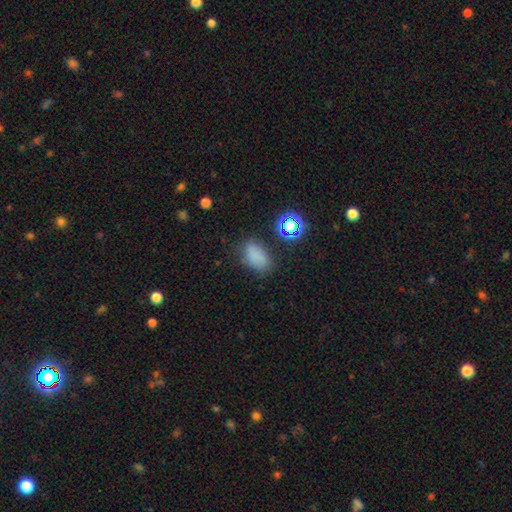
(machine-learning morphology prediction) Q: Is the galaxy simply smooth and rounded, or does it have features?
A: smooth — 74%.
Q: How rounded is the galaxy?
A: in between — 85%.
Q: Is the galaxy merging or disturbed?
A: none — 70%.